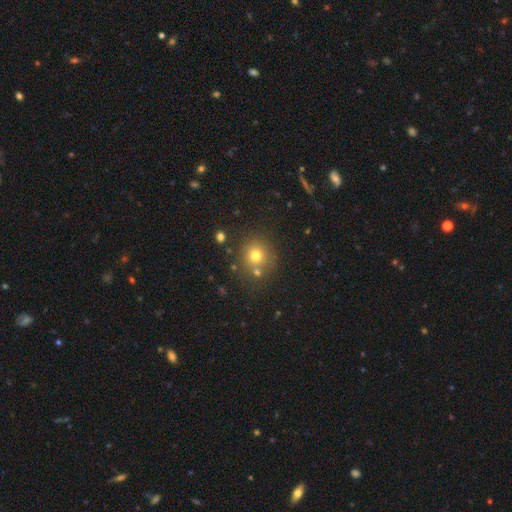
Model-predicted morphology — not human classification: Smooth or featured: smooth — 72% (star or artifact — 17%)
How rounded: round — 90% (in between — 9%)
Merging: none — 71% (merger — 16%)